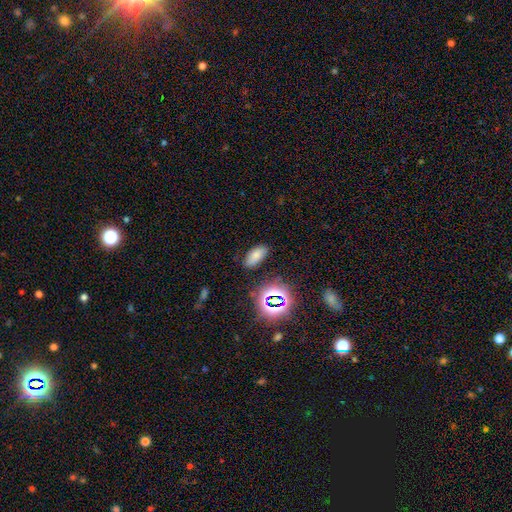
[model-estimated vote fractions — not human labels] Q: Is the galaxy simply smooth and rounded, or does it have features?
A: smooth — 70%.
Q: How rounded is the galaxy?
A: in between — 88%.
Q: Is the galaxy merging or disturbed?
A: none — 82%.